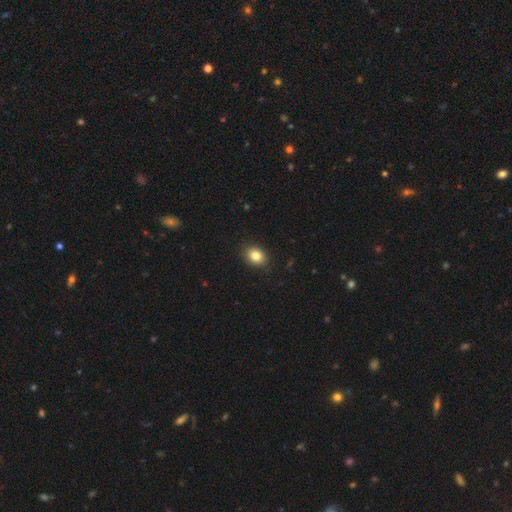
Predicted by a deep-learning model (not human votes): This is clearly a smooth galaxy (83%). How rounded: possibly in between (58%). Merging: clearly none (87%).